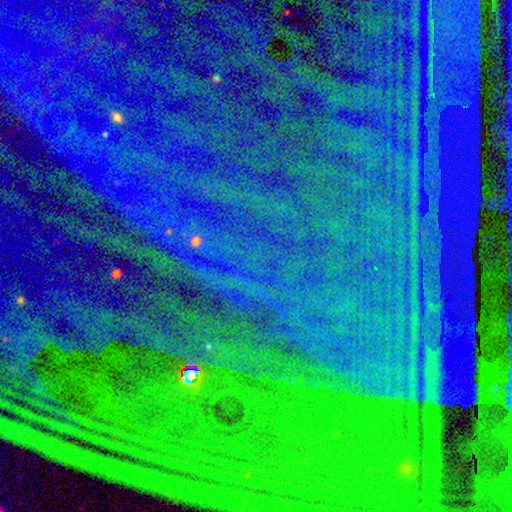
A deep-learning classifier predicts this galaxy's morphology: This appears to be a star or artifact, not a galaxy (87%).